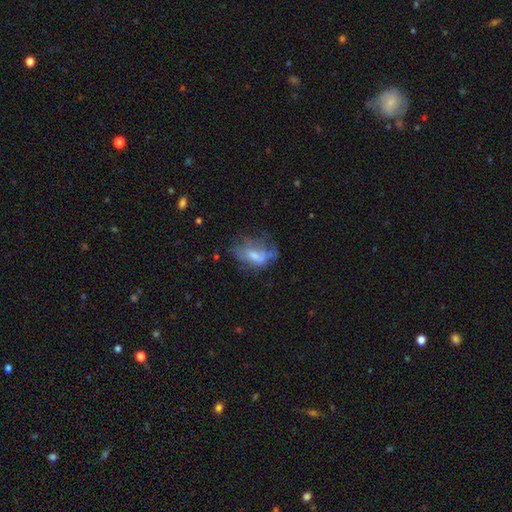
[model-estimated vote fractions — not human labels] Smooth or featured: smooth — 47% (featured or disk — 42%)
Merging: none — 34% (major disturbance — 28%)